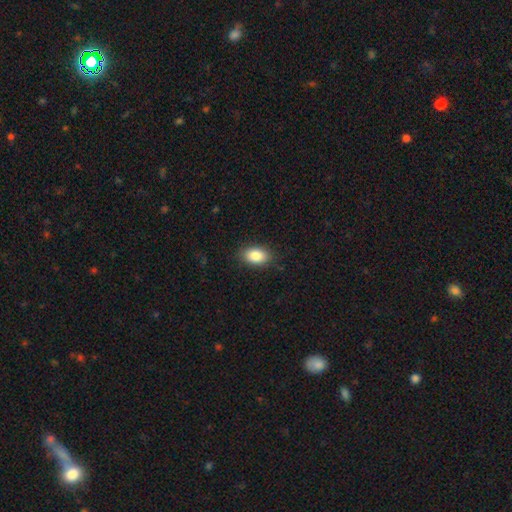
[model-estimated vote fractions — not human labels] The model was most divided on "merging": none: 85%, minor disturbance: 11%, major disturbance: 3%, merger: 1%. More confident: how rounded — in between (89%); smooth or featured — smooth (86%).